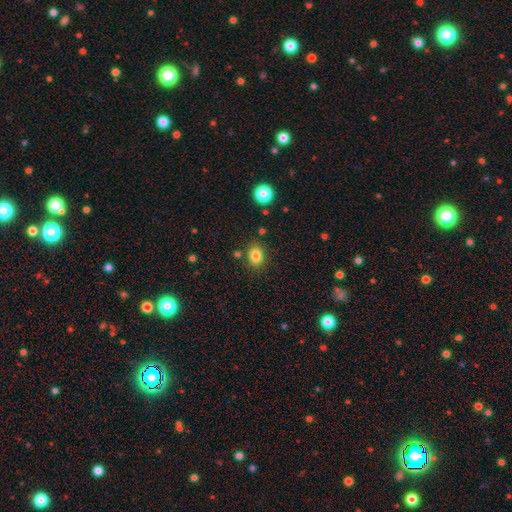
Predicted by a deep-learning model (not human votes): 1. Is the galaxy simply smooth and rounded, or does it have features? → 83% smooth, 11% star or artifact, 6% featured or disk.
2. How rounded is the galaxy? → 52% in between, 47% round, 1% cigar-shaped.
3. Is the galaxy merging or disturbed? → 82% none, 11% minor disturbance, 4% merger, 3% major disturbance.